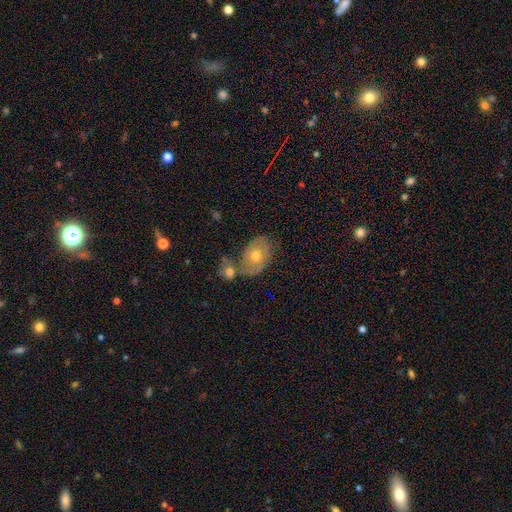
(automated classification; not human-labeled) This is possibly a featured or disk galaxy (54%). It is clearly not viewed edge-on (94%). Bar: clearly no (84%). Spiral arm pattern: possibly yes (51%). Central bulge: likely moderate (76%). Merging: possibly none (50%).